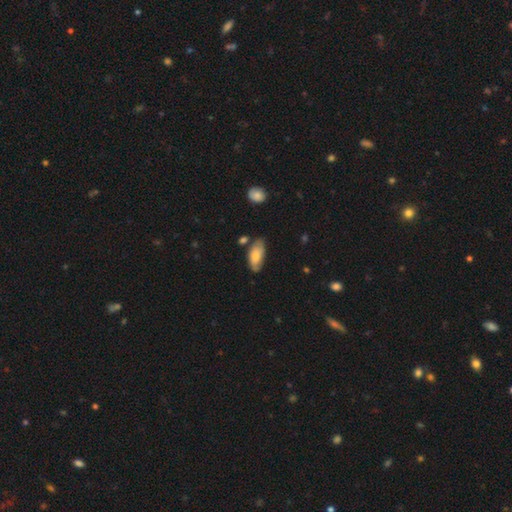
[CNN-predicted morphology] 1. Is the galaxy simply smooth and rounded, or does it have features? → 73% smooth, 20% featured or disk, 6% star or artifact.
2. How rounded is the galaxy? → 89% in between, 8% cigar-shaped, 2% round.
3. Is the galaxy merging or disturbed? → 62% none, 27% minor disturbance, 6% merger, 6% major disturbance.